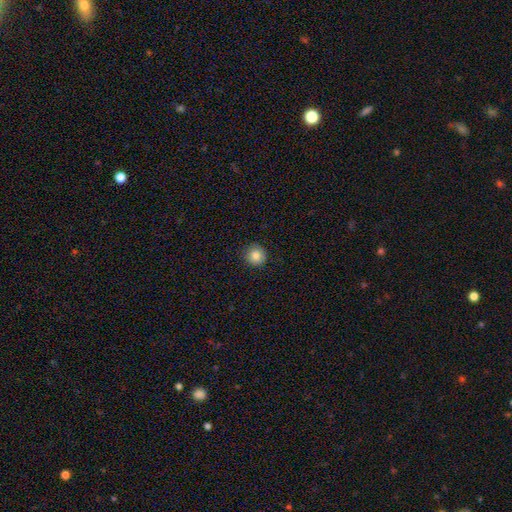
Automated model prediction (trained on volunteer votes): Q: Smooth or featured?
A: smooth (85%); runner-up: star or artifact (10%)
Q: How rounded?
A: round (93%); runner-up: in between (6%)
Q: Merging?
A: none (90%); runner-up: minor disturbance (8%)